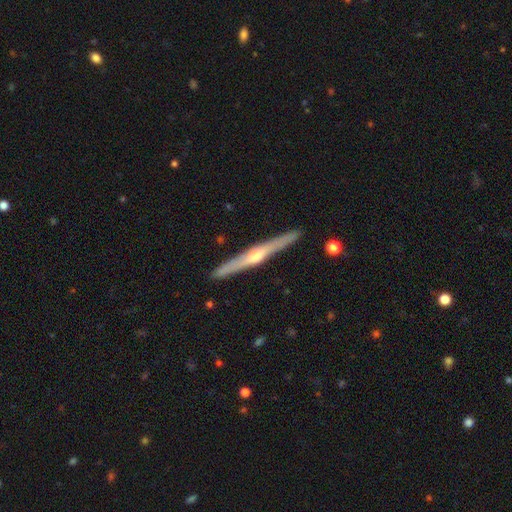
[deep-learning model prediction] Smooth or featured? Predicted: featured or disk (p=0.71). Edge-on disk? Predicted: yes (p=0.97). Edge-on bulge? Predicted: rounded (p=0.79). Merging? Predicted: none (p=0.91).